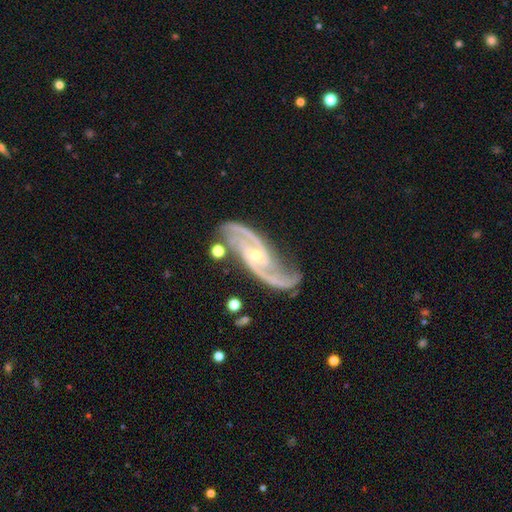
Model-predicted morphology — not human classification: Smooth or featured? featured or disk (92%)
Edge-on disk? no (95%)
Bar? no (54%)
Spiral arms? yes (98%)
Spiral winding? medium (55%)
Spiral arm count? 2 (82%)
Bulge size? small (68%)
Merging? none (67%)